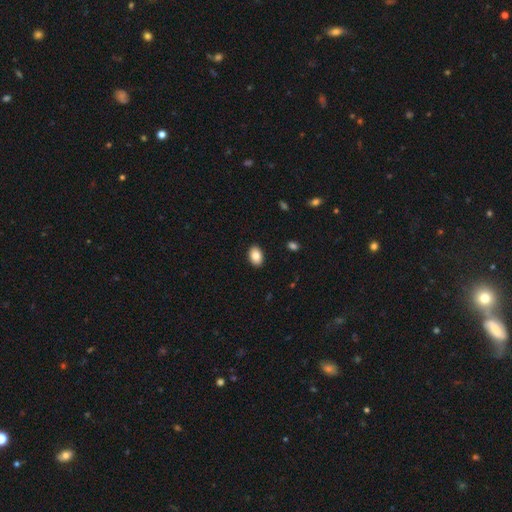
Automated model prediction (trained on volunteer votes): Morphology: type=smooth (85%); roundness=in between (86%); merging=none (91%).